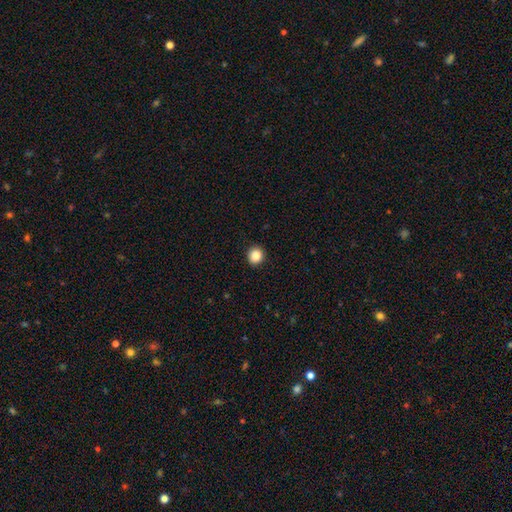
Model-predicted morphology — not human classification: smooth-or-featured: smooth: 87% | star or artifact: 10% | featured or disk: 4%
  how-rounded: round: 87% | in between: 12% | cigar-shaped: 1%
  merging: none: 92% | minor disturbance: 5% | major disturbance: 2% | merger: 1%